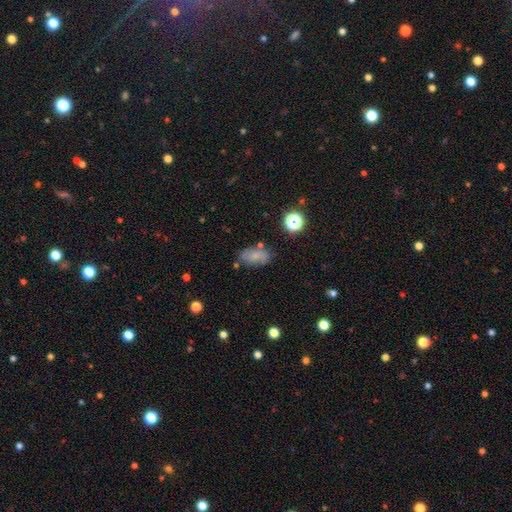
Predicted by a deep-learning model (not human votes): smooth 66%, featured or disk 20%, star or artifact 14%. Down the decision tree: how rounded — in between (86%); merging — none (69%).